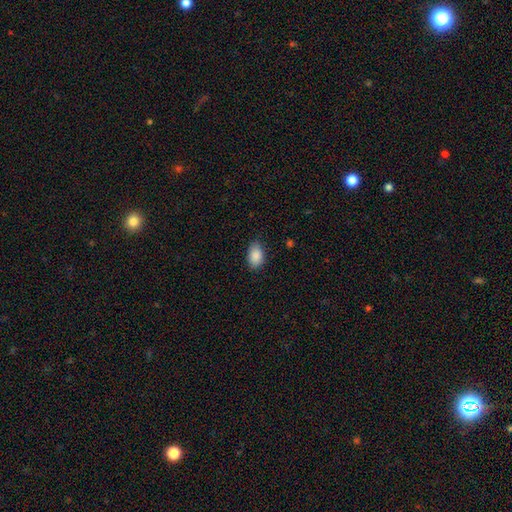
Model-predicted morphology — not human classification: The model was most divided on "merging": none: 80%, minor disturbance: 16%, major disturbance: 3%, merger: 1%. More confident: smooth or featured — smooth (89%); how rounded — in between (89%).